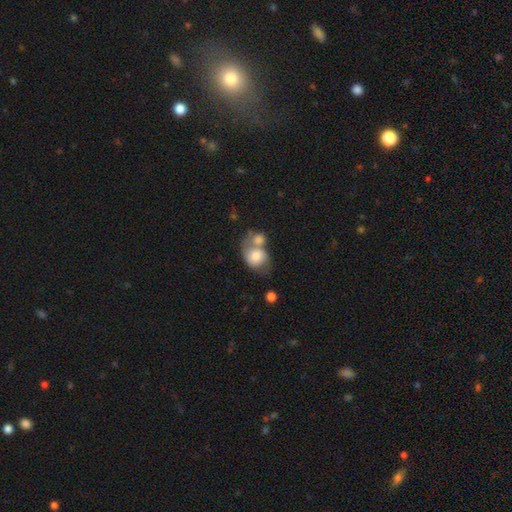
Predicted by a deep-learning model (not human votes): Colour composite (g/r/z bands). It shows a smooth galaxy with no disk features (69%) that is round (51%). Merging: merger (55%).